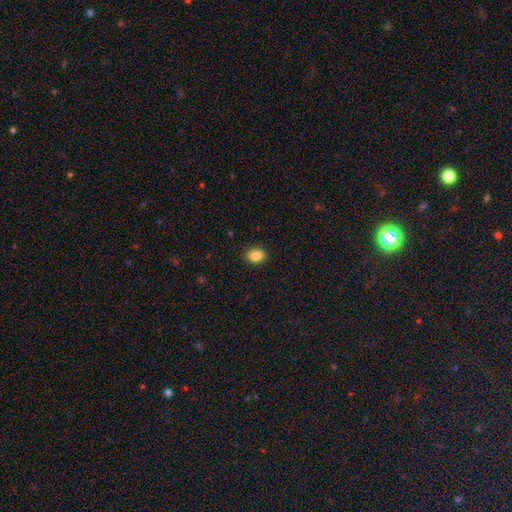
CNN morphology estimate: Smooth or featured? smooth (82%)
How rounded? in between (59%)
Merging? none (74%)